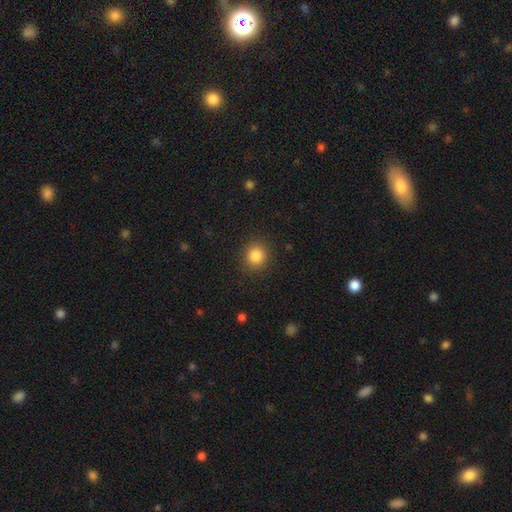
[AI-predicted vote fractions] This is clearly a smooth galaxy (85%). How rounded: clearly round (89%). Merging: clearly none (89%).